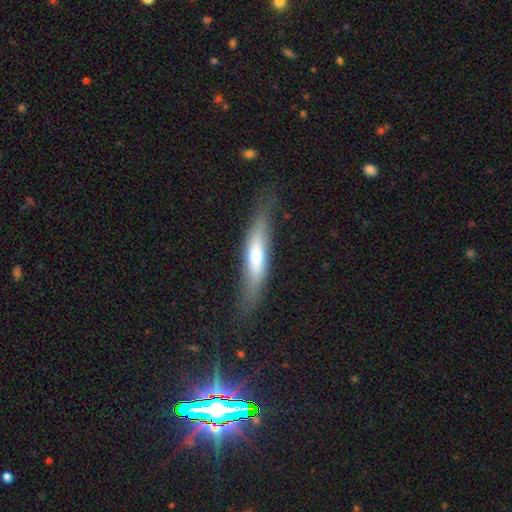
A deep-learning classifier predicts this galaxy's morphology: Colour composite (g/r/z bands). It shows a smooth galaxy with no disk features (52%) that is cigar-shaped (78%). Merging: none (76%).